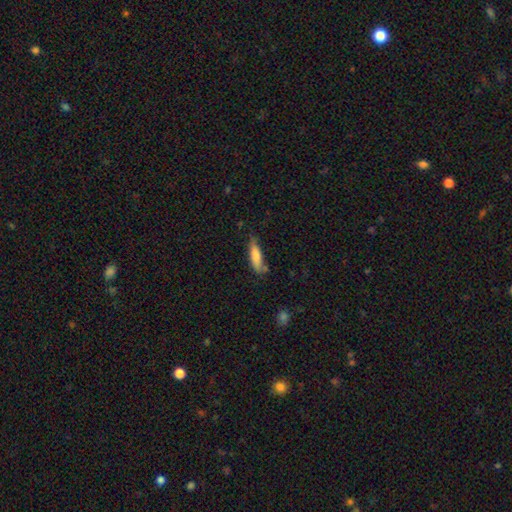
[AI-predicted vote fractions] Morphology: type=smooth (77%); roundness=cigar-shaped (64%); merging=none (61%).